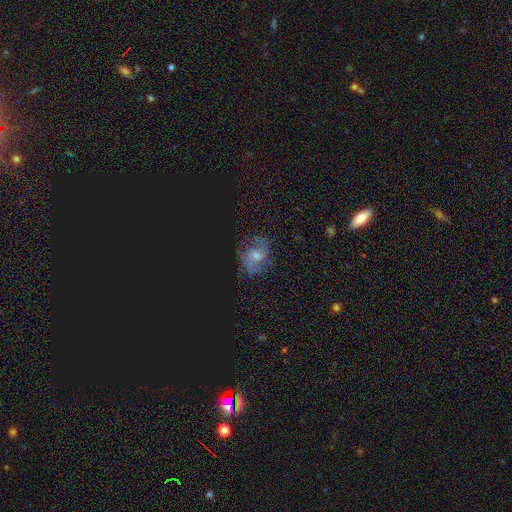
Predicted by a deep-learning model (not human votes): Morphology: type=featured or disk (48%); merging=none (73%).